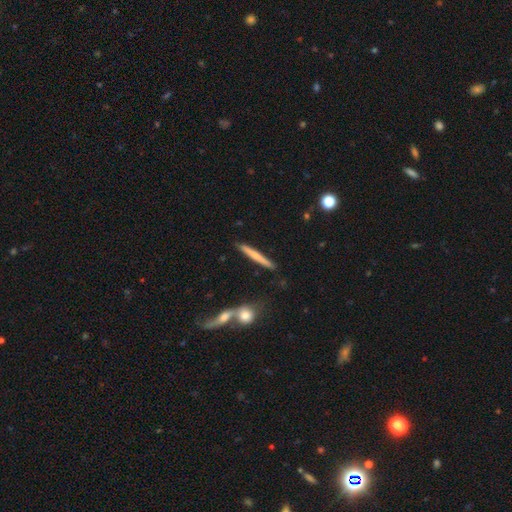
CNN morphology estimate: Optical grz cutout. It shows a smooth galaxy with no disk features (57%) that is cigar-shaped (95%). Merging: none (84%).